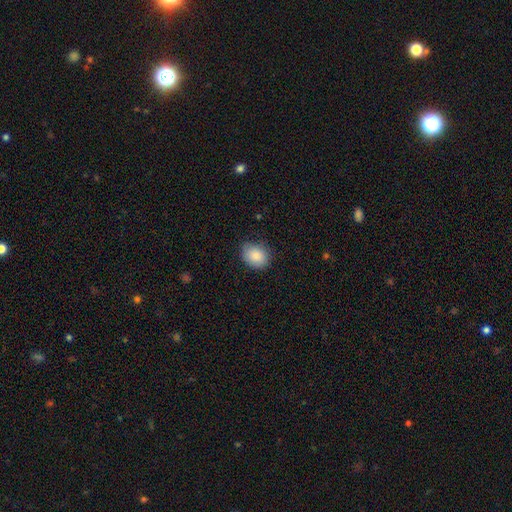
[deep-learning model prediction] A smooth galaxy with no disk features (87%) that is in between round and cigar-shaped (60%).

Vote fractions:
- Smooth or featured? smooth: 87% / star or artifact: 7% / featured or disk: 6%
- How rounded? in between: 60% / round: 39% / cigar-shaped: 1%
- Merging? none: 78% / minor disturbance: 18% / major disturbance: 3% / merger: 1%